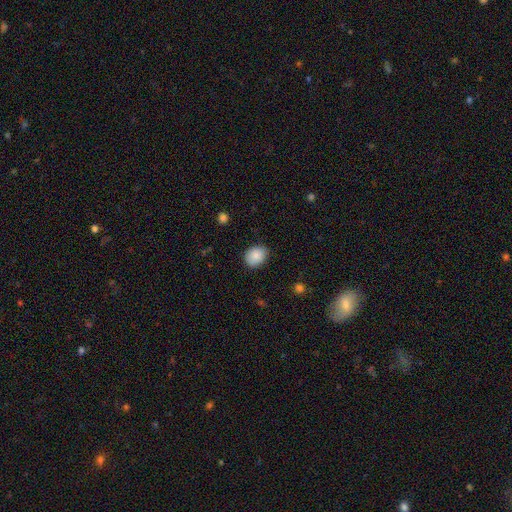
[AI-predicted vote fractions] Q: Smooth or featured?
A: smooth (87%); runner-up: star or artifact (8%)
Q: How rounded?
A: in between (56%); runner-up: round (43%)
Q: Merging?
A: none (83%); runner-up: minor disturbance (13%)